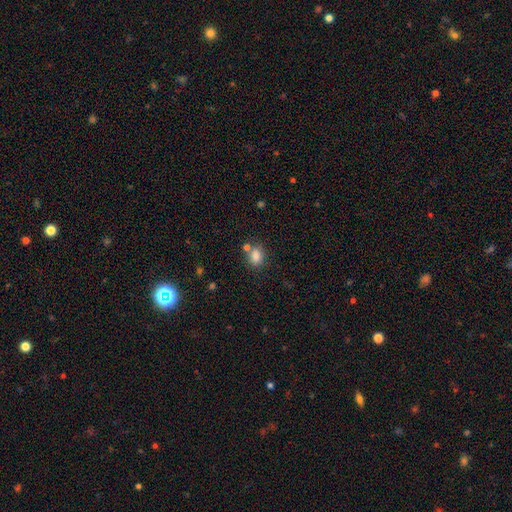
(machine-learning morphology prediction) smooth_or_featured: smooth (p=0.83) [alt: star or artifact p=0.11]
how_rounded: in between (p=0.59) [alt: round p=0.39]
merging: none (p=0.60) [alt: merger p=0.22]